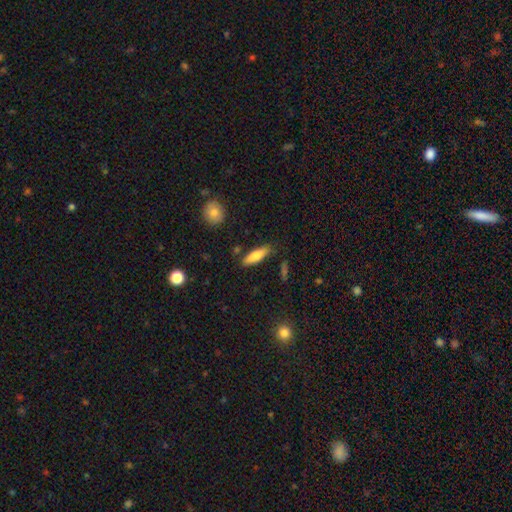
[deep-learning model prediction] A smooth galaxy with no disk features (75%) that is cigar-shaped (57%).

Vote fractions:
- Smooth or featured? smooth: 75% / featured or disk: 18% / star or artifact: 7%
- How rounded? cigar-shaped: 57% / in between: 41% / round: 2%
- Merging? none: 80% / minor disturbance: 14% / merger: 3% / major disturbance: 3%